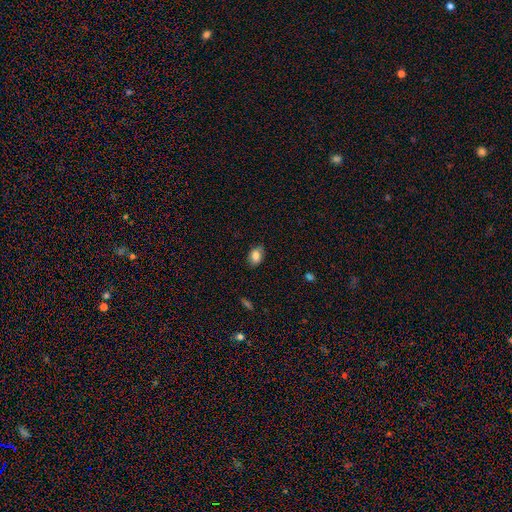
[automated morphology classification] smooth 80%, featured or disk 11%, star or artifact 9%. Down the decision tree: how rounded — in between (77%); merging — none (81%).